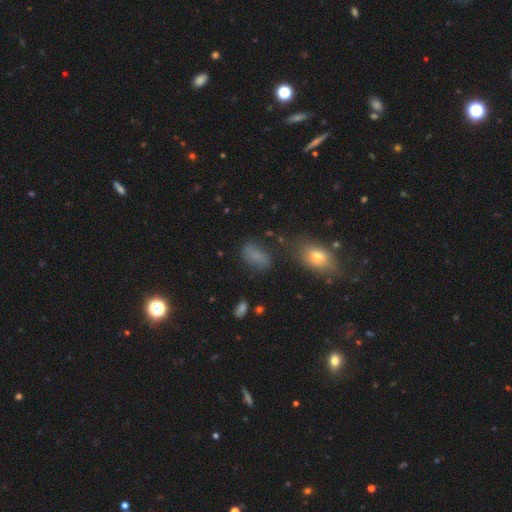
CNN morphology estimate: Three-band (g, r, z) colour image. It shows a smooth galaxy with no disk features (71%) that is in between round and cigar-shaped (87%). Merging: none (61%).